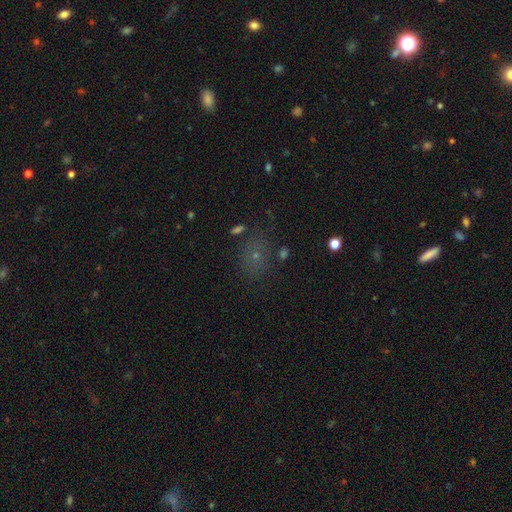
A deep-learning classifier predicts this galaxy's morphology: A smooth galaxy with no disk features (51%) that is round (64%).

Vote fractions:
- Smooth or featured? smooth: 51% / star or artifact: 34% / featured or disk: 15%
- How rounded? round: 64% / in between: 34% / cigar-shaped: 1%
- Merging? none: 74% / minor disturbance: 13% / major disturbance: 7% / merger: 6%